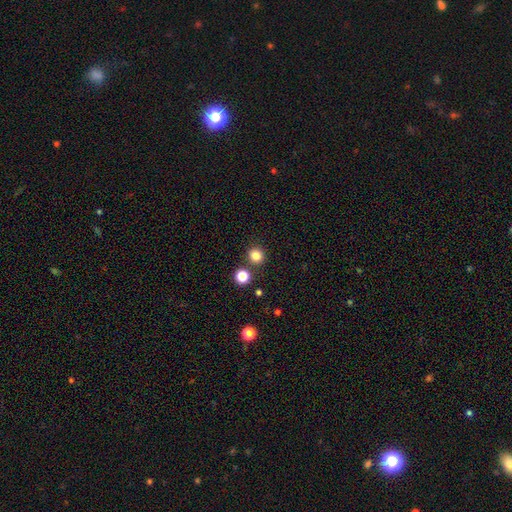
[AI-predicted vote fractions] This is clearly a smooth galaxy (82%). How rounded: clearly round (92%). Merging: clearly none (86%).